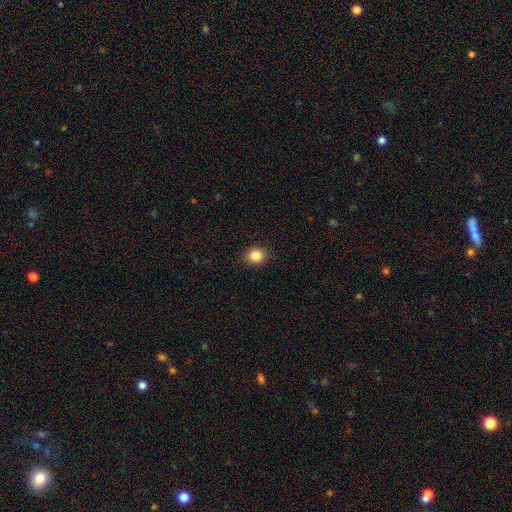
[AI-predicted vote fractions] A smooth galaxy with no disk features (84%) that is round (67%).

Vote fractions:
- Smooth or featured? smooth: 84% / star or artifact: 10% / featured or disk: 5%
- How rounded? round: 67% / in between: 32% / cigar-shaped: 1%
- Merging? none: 90% / minor disturbance: 7% / major disturbance: 2% / merger: 1%